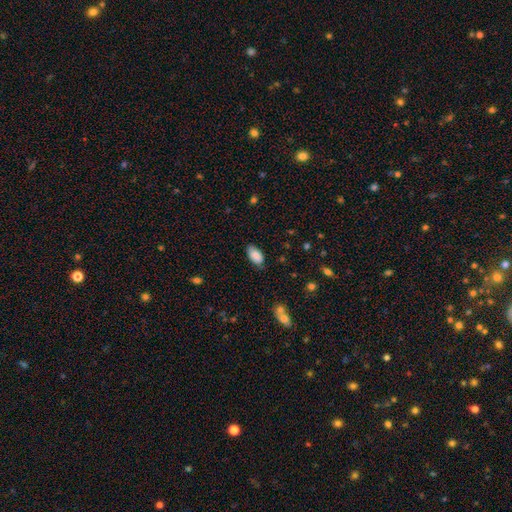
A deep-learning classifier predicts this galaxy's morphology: Smooth or featured? smooth (87%)
How rounded? in between (94%)
Merging? none (80%)